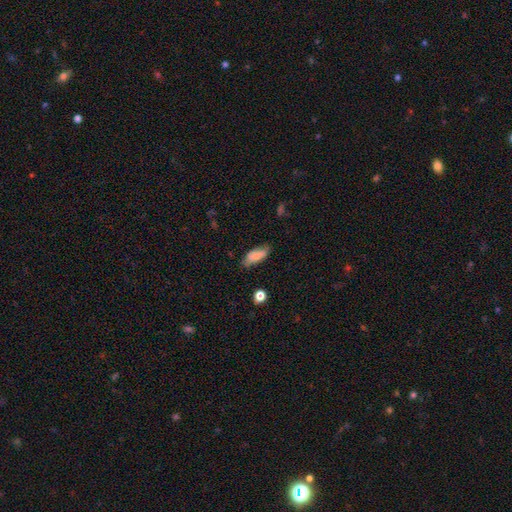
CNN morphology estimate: smooth 78%, featured or disk 15%, star or artifact 7%. Down the decision tree: how rounded — in between (74%); merging — none (73%).